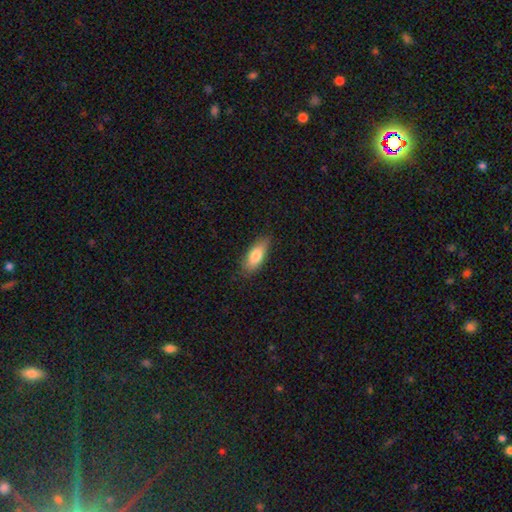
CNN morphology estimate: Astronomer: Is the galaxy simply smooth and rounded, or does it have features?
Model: smooth — 79%.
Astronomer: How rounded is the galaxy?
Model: in between — 75%.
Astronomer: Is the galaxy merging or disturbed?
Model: none — 82%.